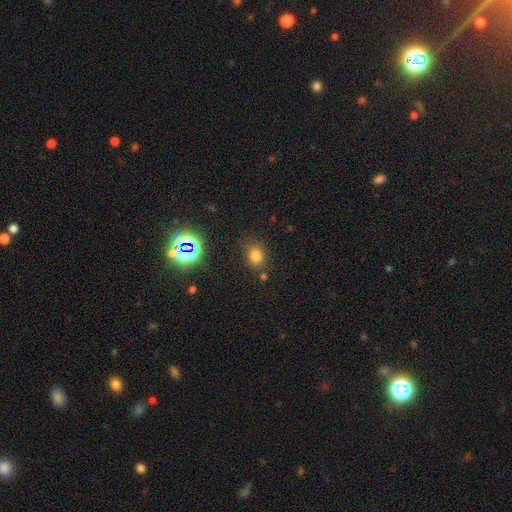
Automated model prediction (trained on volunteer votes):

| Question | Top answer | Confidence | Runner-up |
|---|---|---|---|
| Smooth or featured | smooth | 74% | star or artifact (18%) |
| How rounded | in between | 55% | round (44%) |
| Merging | none | 75% | minor disturbance (15%) |